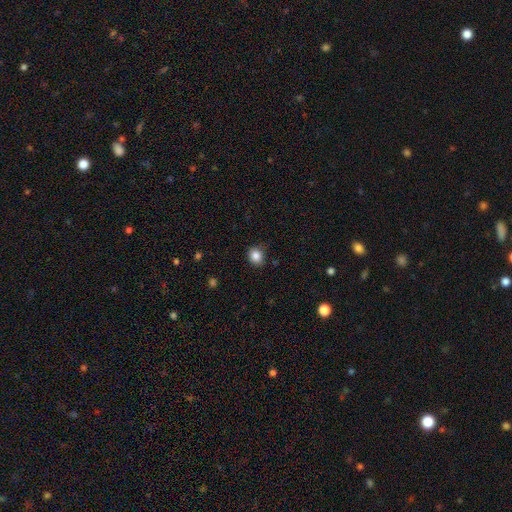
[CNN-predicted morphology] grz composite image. It shows a smooth galaxy with no disk features (85%) that is round (72%). Merging: none (82%).